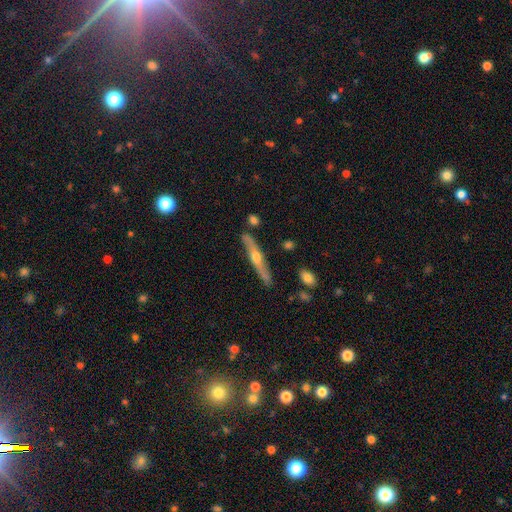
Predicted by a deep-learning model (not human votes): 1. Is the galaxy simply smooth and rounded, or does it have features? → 73% featured or disk, 21% smooth, 6% star or artifact.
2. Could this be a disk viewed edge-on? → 91% yes, 9% no.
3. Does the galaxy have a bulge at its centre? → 90% rounded, 7% none, 2% boxy.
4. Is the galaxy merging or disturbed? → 84% none, 11% minor disturbance, 3% merger, 2% major disturbance.